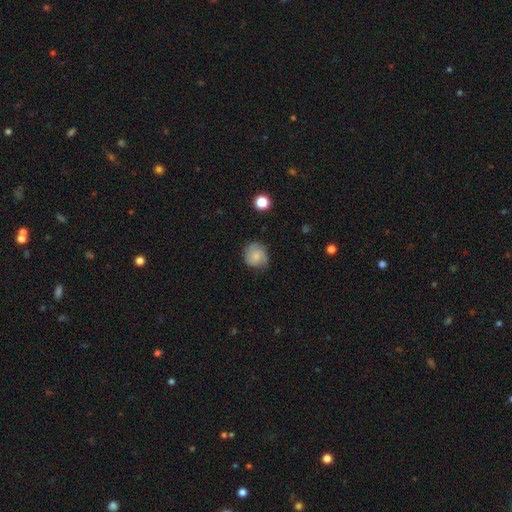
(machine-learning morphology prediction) This is likely a smooth galaxy (63%). How rounded: clearly round (81%). Merging: likely none (69%).